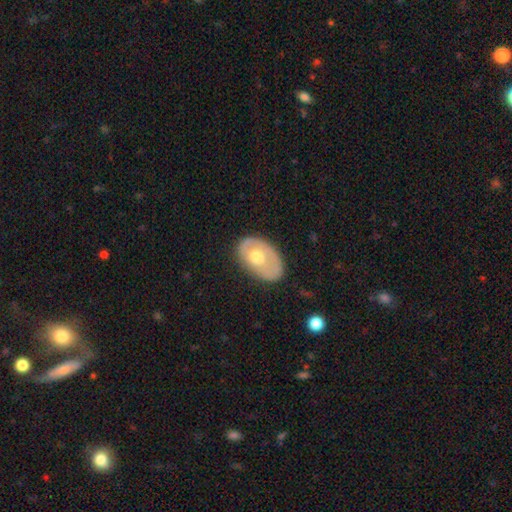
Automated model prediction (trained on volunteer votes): Smooth or featured? featured or disk (48%)
Merging? none (62%)